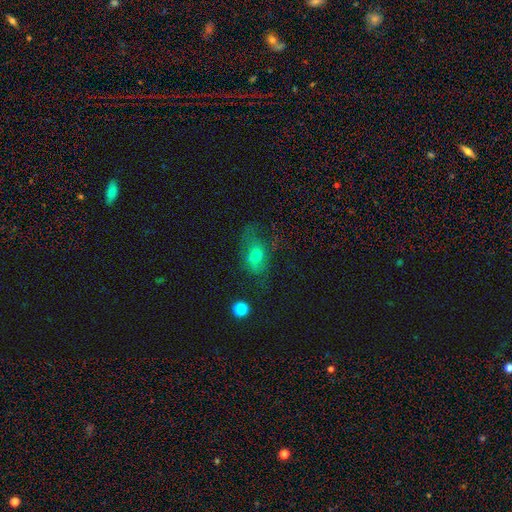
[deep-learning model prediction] Smooth or featured? smooth (57%)
How rounded? in between (78%)
Merging? none (45%)